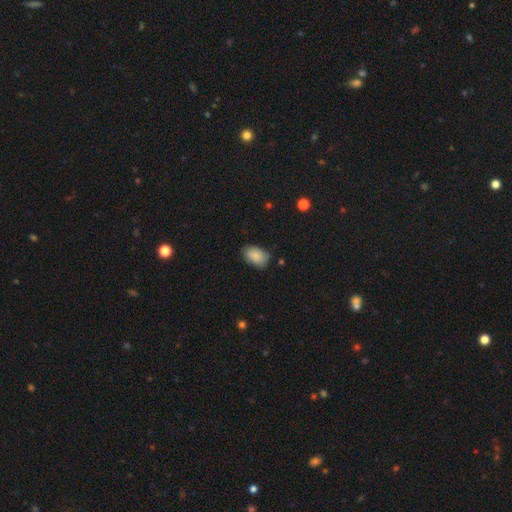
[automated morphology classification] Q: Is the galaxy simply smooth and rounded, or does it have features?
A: smooth — 87%.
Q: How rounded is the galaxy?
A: in between — 88%.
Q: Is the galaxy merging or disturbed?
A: none — 75%.